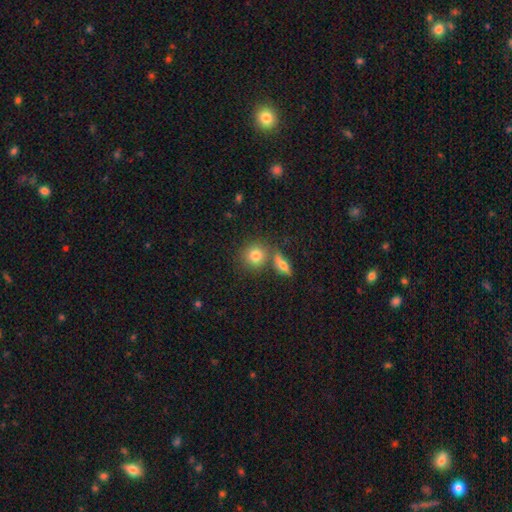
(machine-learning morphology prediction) A smooth galaxy with no disk features (79%) that is round (84%). Merging: none (66%).